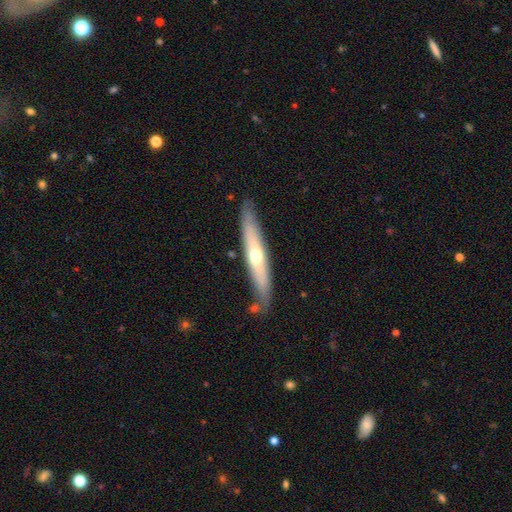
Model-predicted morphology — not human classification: The model was most divided on "smooth or featured": featured or disk: 51%, smooth: 43%, star or artifact: 6%. More confident: edge-on disk — yes (82%); merging — none (81%).